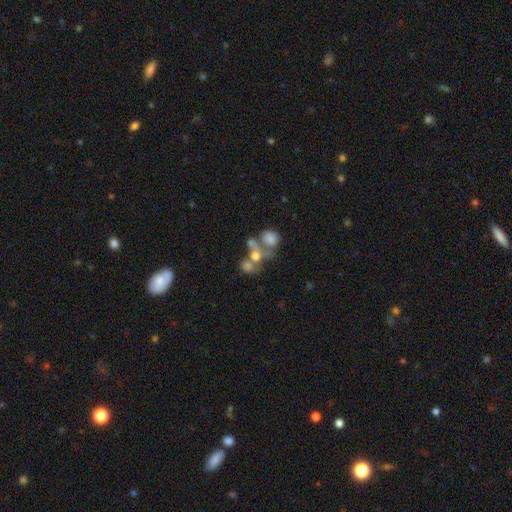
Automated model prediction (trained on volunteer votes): Smooth or featured: smooth — 55% (featured or disk — 30%)
How rounded: round — 54% (in between — 43%)
Merging: merger — 56% (none — 22%)